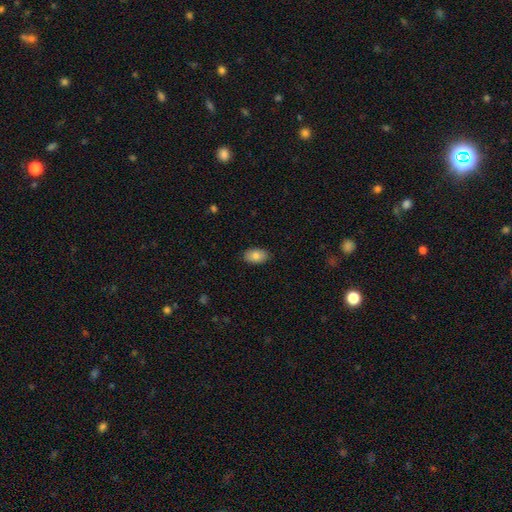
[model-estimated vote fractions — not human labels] The model was most divided on "smooth or featured": smooth: 83%, featured or disk: 10%, star or artifact: 7%. More confident: how rounded — in between (91%); merging — none (88%).